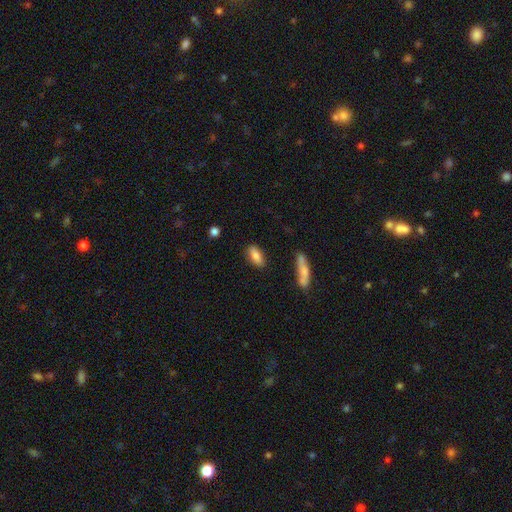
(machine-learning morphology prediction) This is clearly a smooth galaxy (81%). How rounded: likely in between (76%). Merging: clearly none (84%).